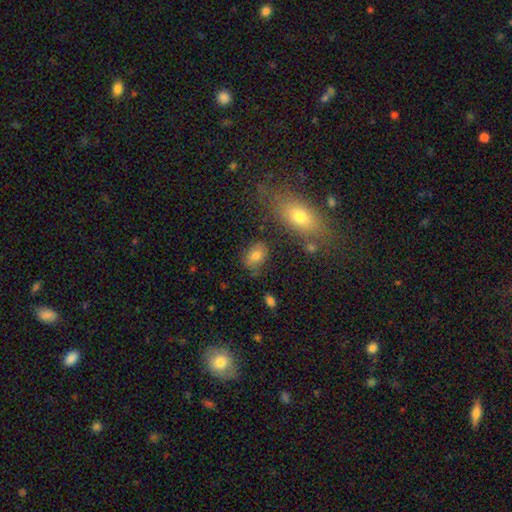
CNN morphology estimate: This is likely a smooth galaxy (77%). How rounded: likely in between (80%). Merging: likely none (75%).